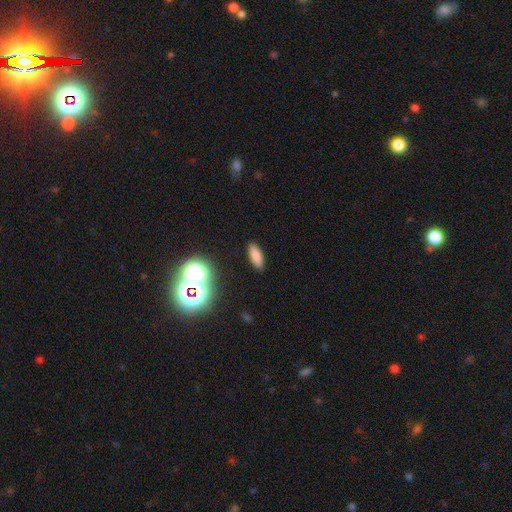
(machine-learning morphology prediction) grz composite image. It shows a smooth galaxy with no disk features (78%) that is in between round and cigar-shaped (65%). Merging: none (89%).